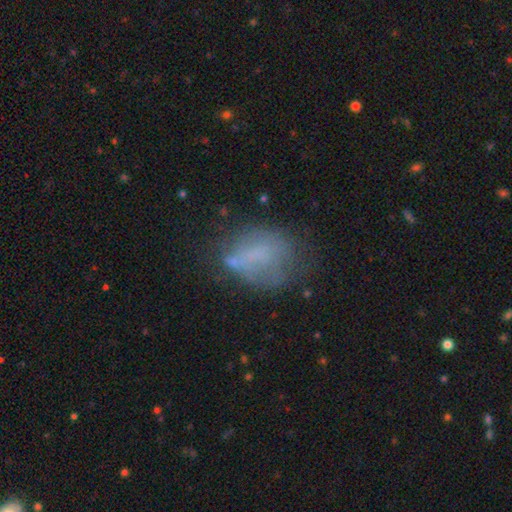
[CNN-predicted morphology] Smooth or featured? smooth (55%)
How rounded? in between (69%)
Merging? none (44%)